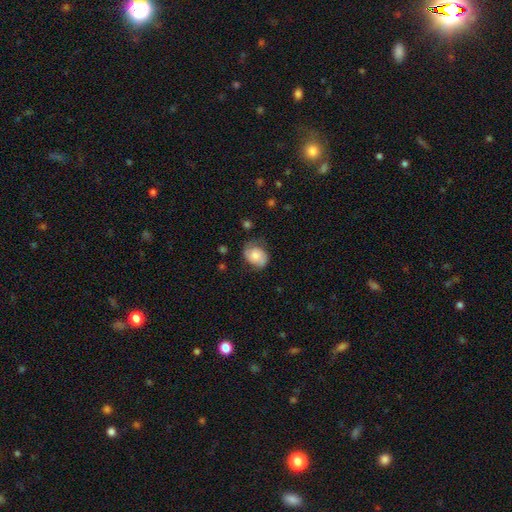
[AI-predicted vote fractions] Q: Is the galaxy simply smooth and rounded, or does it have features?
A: smooth — 58%.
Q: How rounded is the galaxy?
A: in between — 57%.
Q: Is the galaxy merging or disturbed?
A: none — 57%.